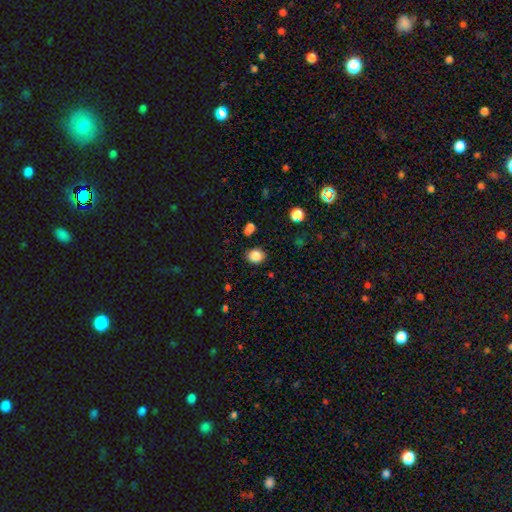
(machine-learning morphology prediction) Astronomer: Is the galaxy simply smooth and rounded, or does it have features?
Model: smooth — 85%.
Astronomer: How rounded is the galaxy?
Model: round — 67%.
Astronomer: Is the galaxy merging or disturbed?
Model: none — 84%.